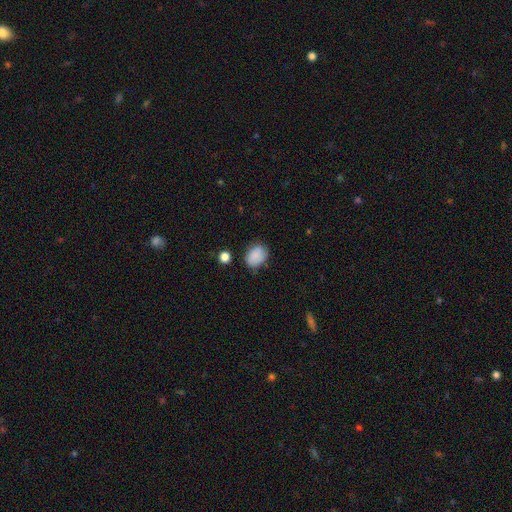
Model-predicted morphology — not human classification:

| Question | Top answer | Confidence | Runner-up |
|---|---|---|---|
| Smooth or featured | smooth | 86% | star or artifact (8%) |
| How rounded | in between | 72% | round (27%) |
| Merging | none | 70% | minor disturbance (21%) |